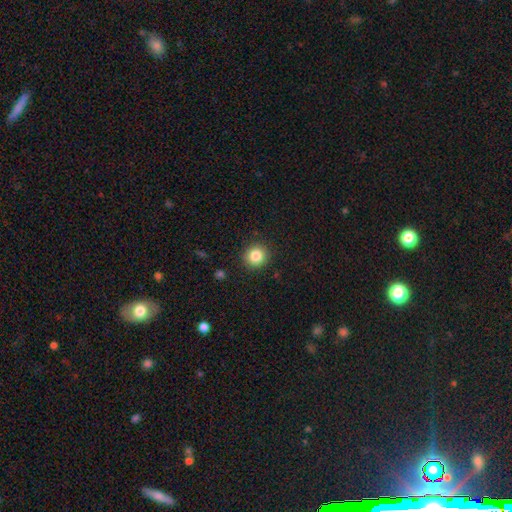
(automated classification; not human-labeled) Smooth or featured?
  - smooth: 84% *
  - star or artifact: 10%
  - featured or disk: 6%
How rounded?
  - round: 91% *
  - in between: 8%
  - cigar-shaped: 1%
Merging?
  - none: 90% *
  - minor disturbance: 7%
  - major disturbance: 2%
  - merger: 1%